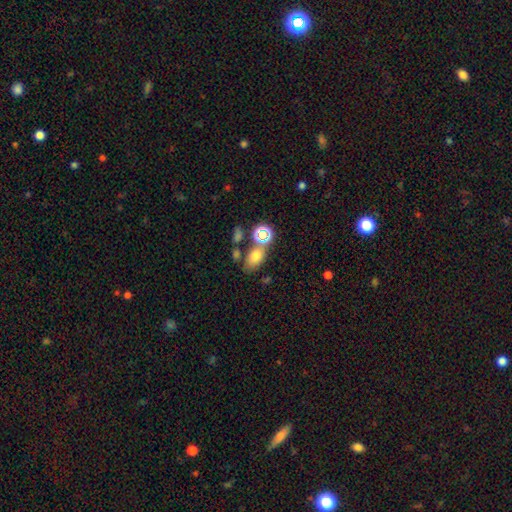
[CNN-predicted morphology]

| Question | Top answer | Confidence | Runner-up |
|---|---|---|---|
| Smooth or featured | smooth | 69% | star or artifact (18%) |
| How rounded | in between | 79% | round (19%) |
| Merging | none | 59% | merger (22%) |